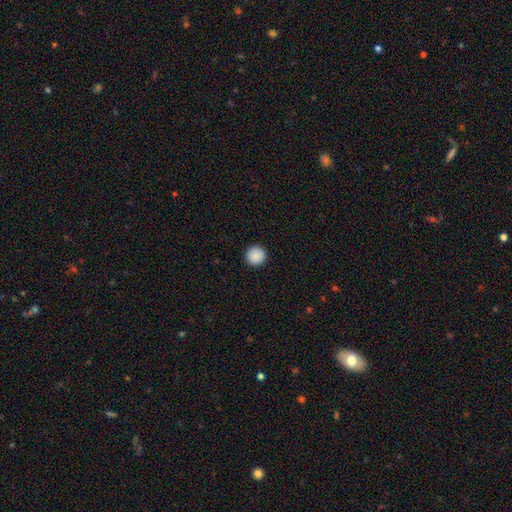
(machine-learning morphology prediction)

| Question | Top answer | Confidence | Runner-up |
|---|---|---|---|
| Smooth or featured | smooth | 89% | star or artifact (8%) |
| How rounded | round | 96% | in between (3%) |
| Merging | none | 93% | minor disturbance (4%) |